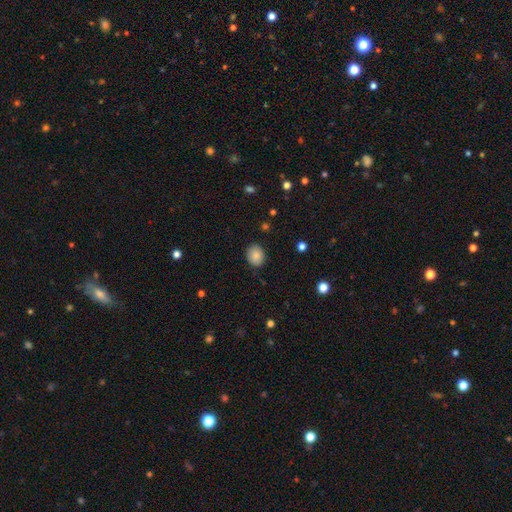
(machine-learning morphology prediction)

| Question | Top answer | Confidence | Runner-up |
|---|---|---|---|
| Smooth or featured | smooth | 86% | star or artifact (9%) |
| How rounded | round | 62% | in between (37%) |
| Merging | none | 86% | minor disturbance (10%) |